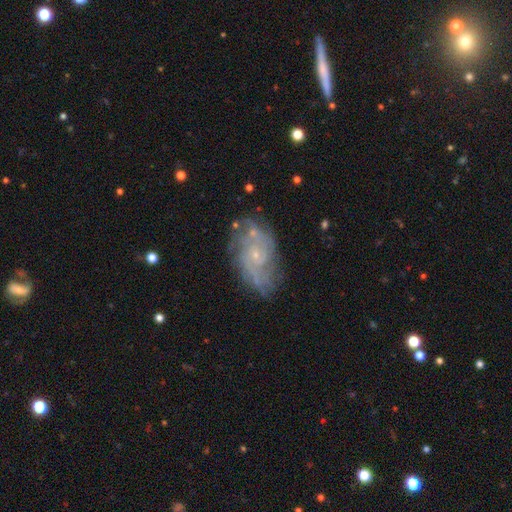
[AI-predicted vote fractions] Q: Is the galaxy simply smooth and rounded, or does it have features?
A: featured or disk — 78%.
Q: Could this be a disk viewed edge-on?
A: no — 96%.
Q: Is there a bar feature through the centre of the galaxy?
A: no — 74%.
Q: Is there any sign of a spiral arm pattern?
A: yes — 89%.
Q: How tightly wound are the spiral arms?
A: tight — 46%.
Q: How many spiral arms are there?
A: can't tell — 38%.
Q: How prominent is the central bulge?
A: small — 80%.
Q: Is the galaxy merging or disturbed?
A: none — 70%.